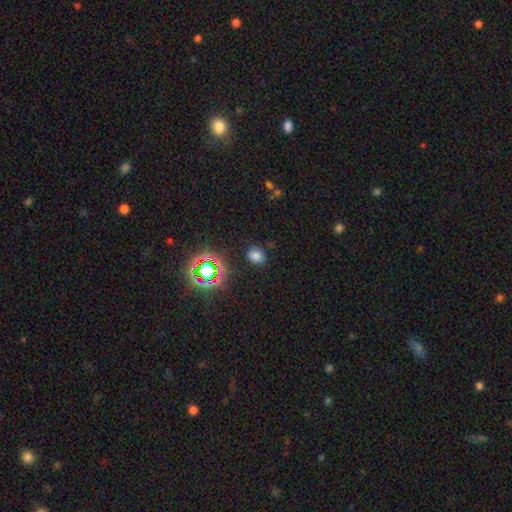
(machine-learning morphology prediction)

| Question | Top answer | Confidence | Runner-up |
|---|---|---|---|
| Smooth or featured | smooth | 70% | star or artifact (24%) |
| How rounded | round | 50% | in between (49%) |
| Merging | none | 81% | minor disturbance (13%) |